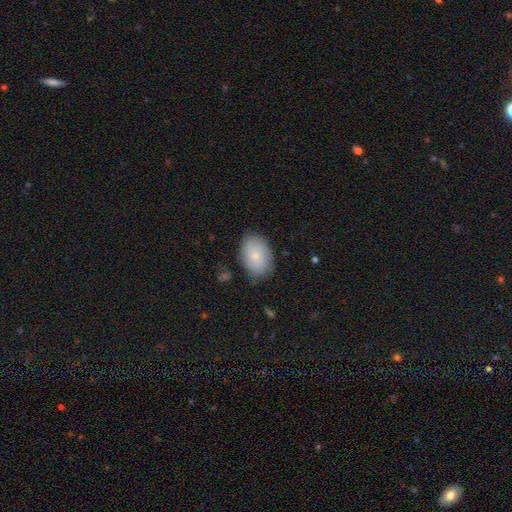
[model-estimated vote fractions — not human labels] smooth-or-featured: smooth: 68% | featured or disk: 25% | star or artifact: 7%
  how-rounded: in between: 85% | round: 14% | cigar-shaped: 1%
  merging: none: 80% | minor disturbance: 15% | major disturbance: 4% | merger: 1%